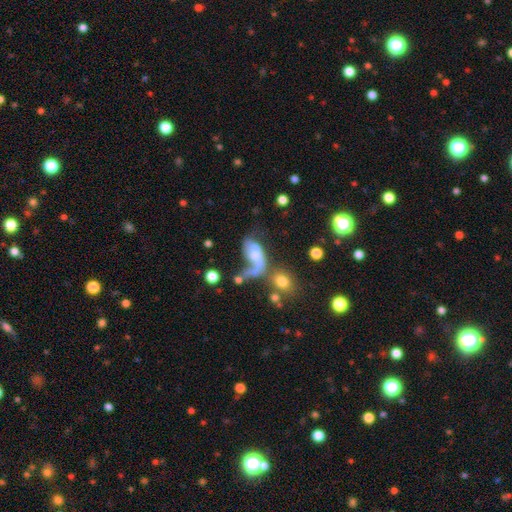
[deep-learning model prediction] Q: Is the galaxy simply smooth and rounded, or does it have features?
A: featured or disk — 45%.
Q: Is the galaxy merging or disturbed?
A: merger — 39%.